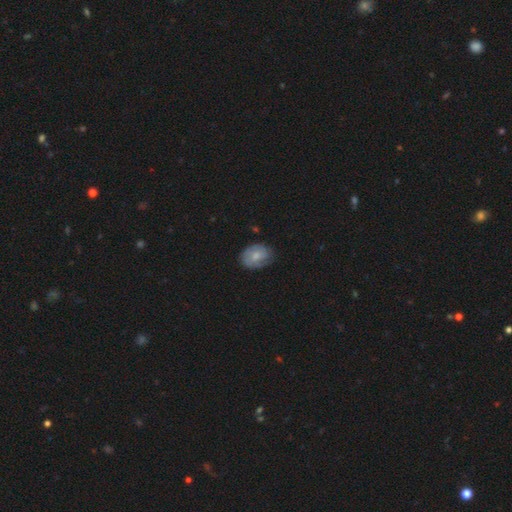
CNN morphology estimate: smooth_or_featured: featured or disk (p=0.53) [alt: smooth p=0.41]
disk_edge_on: no (p=0.97) [alt: yes p=0.03]
bar: no (p=0.64) [alt: weak p=0.31]
has_spiral_arms: yes (p=0.80) [alt: no p=0.20]
bulge_size: moderate (p=0.47) [alt: small p=0.33]
merging: none (p=0.69) [alt: minor disturbance p=0.22]